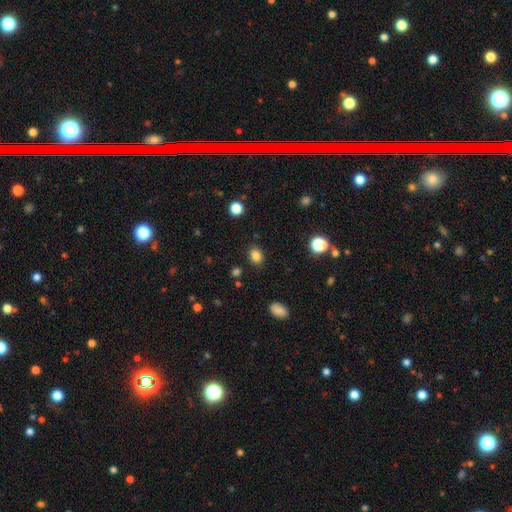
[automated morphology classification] smooth 83%, star or artifact 12%, featured or disk 5%. Down the decision tree: how rounded — round (54%); merging — none (86%).